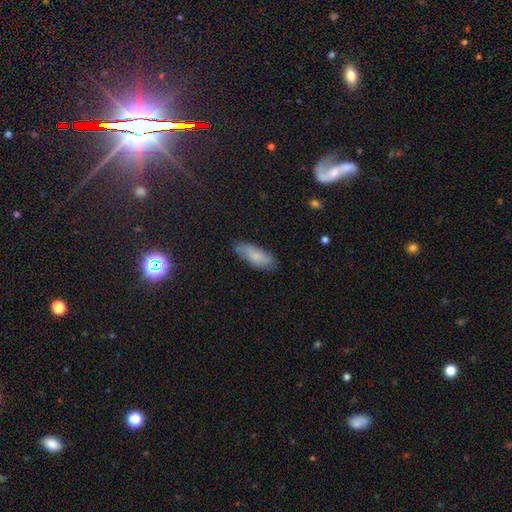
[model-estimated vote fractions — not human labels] smooth-or-featured: smooth: 75% | featured or disk: 16% | star or artifact: 8%
  how-rounded: in between: 68% | cigar-shaped: 30% | round: 2%
  merging: none: 72% | minor disturbance: 21% | major disturbance: 5% | merger: 2%